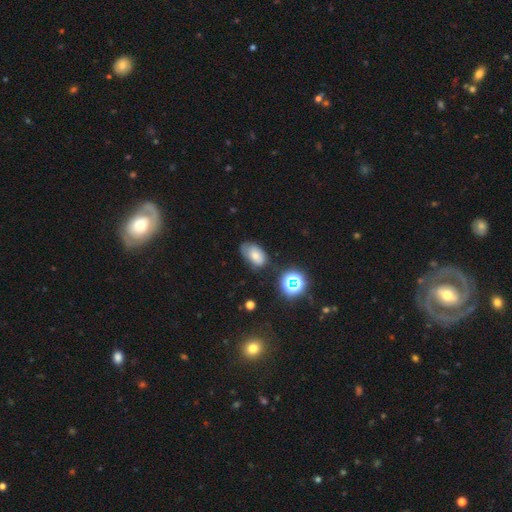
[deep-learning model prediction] smooth 68%, featured or disk 17%, star or artifact 15%. Down the decision tree: how rounded — in between (89%); merging — none (55%).